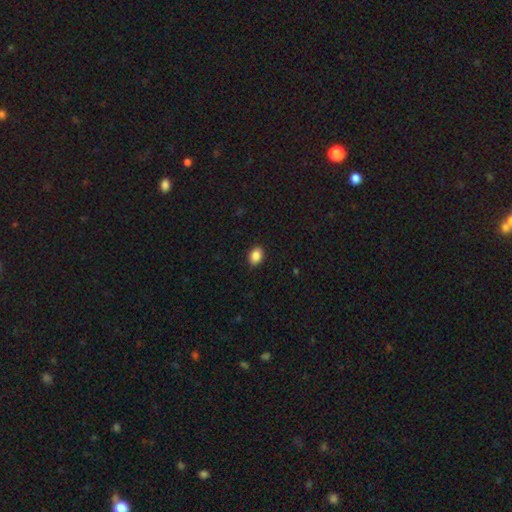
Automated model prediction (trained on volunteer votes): smooth-or-featured: smooth: 87% | star or artifact: 9% | featured or disk: 4%
  how-rounded: in between: 74% | round: 25% | cigar-shaped: 1%
  merging: none: 89% | minor disturbance: 8% | major disturbance: 2% | merger: 1%